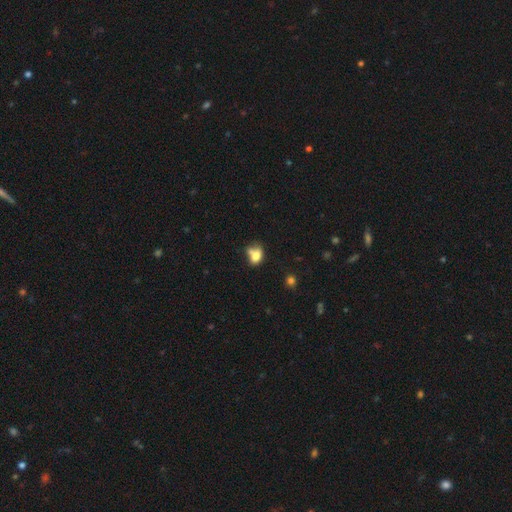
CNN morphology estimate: type=smooth (74%); roundness=in between (62%); merging=merger (38%).